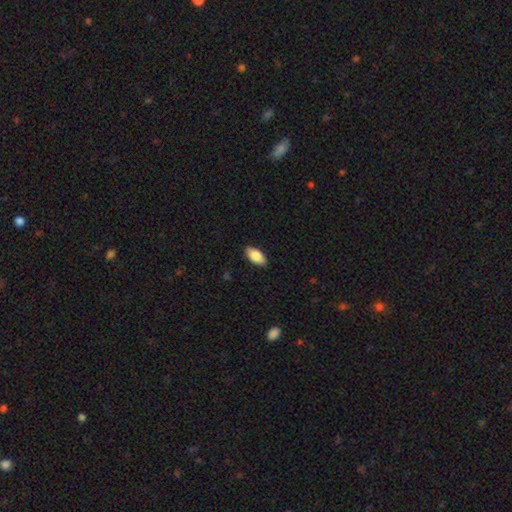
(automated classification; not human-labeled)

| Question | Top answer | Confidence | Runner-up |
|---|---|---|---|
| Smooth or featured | smooth | 85% | featured or disk (9%) |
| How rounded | in between | 93% | cigar-shaped (5%) |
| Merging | none | 89% | minor disturbance (8%) |